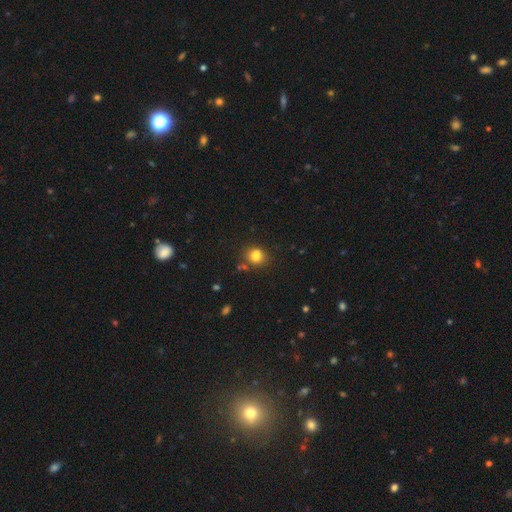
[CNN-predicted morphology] Q: Smooth or featured?
A: smooth (78%); runner-up: star or artifact (13%)
Q: How rounded?
A: round (70%); runner-up: in between (29%)
Q: Merging?
A: none (64%); runner-up: merger (16%)